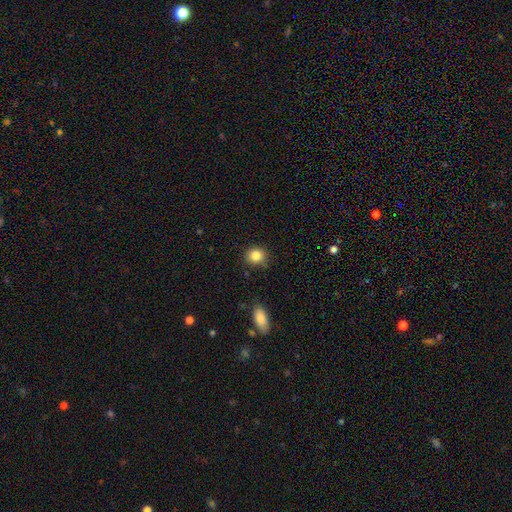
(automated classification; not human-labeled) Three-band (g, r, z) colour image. It shows a smooth galaxy with no disk features (85%) that is round (81%). Merging: none (84%).